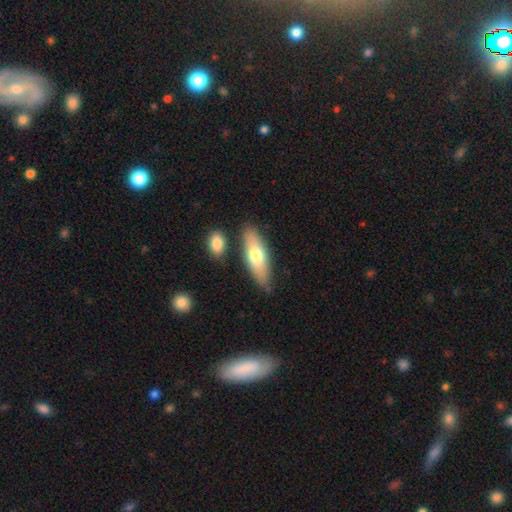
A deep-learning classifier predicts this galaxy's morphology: Overall: smooth (69%). How rounded: in between (59%; cigar-shaped 39%). Merging: none (75%).